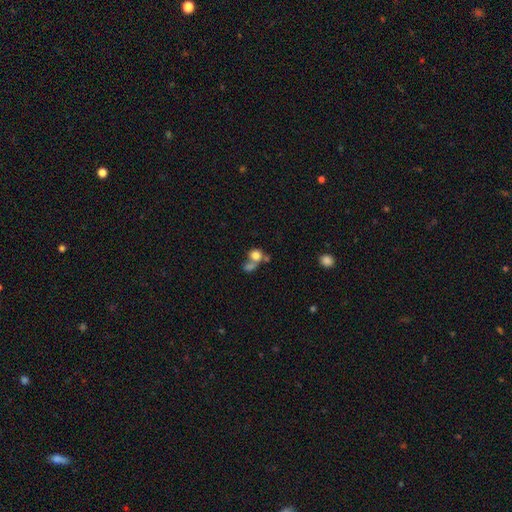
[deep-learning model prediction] Overall: smooth (76%). How rounded: round (78%). Merging: merger (50%; none 32%).